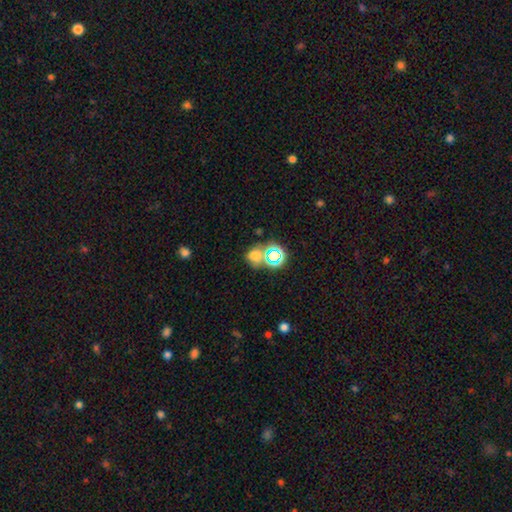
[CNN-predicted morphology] smooth 57%, star or artifact 34%, featured or disk 10%. Down the decision tree: how rounded — round (65%); merging — none (54%).